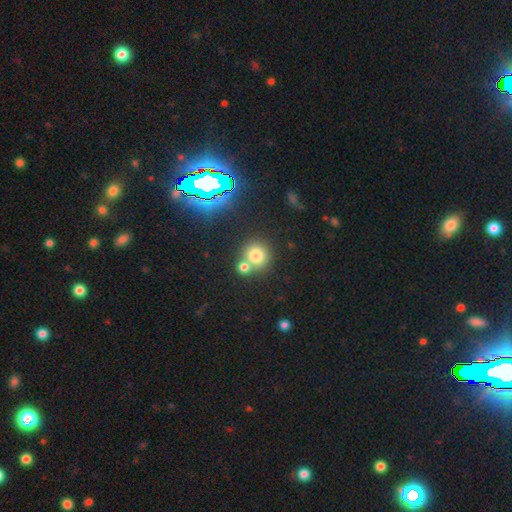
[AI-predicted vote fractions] Smooth or featured? Predicted: smooth (p=0.75). How rounded? Predicted: round (p=0.89). Merging? Predicted: none (p=0.57).